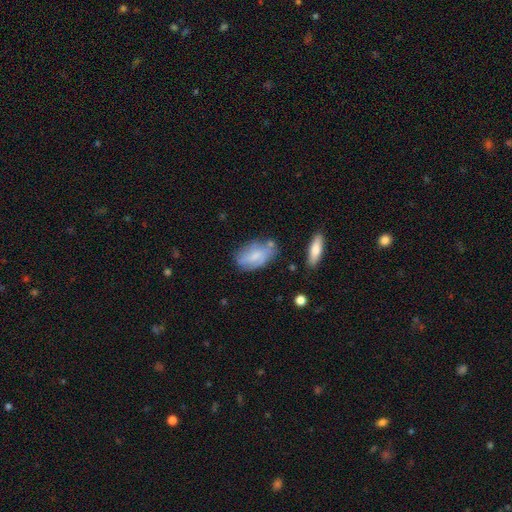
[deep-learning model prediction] A smooth galaxy with no disk features (60%) that is in between round and cigar-shaped (90%). Merging: none (58%).